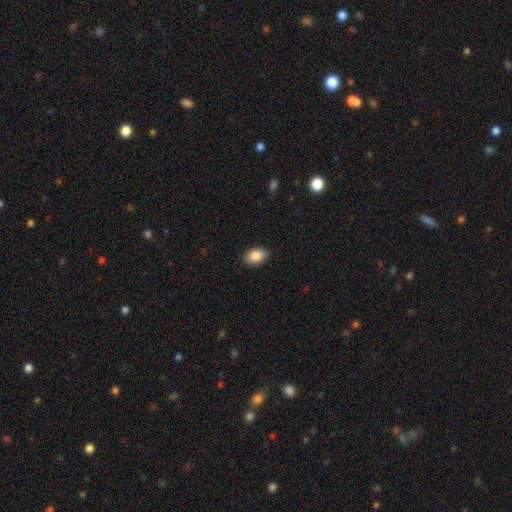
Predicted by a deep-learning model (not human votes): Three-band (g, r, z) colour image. It shows a smooth galaxy with no disk features (88%) that is in between round and cigar-shaped (88%). Merging: none (89%).